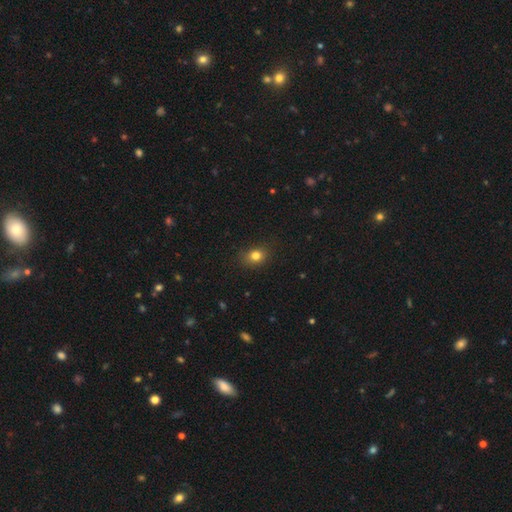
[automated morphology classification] Smooth or featured: smooth — 80% (star or artifact — 13%)
How rounded: in between — 50% (round — 49%)
Merging: none — 84% (minor disturbance — 12%)